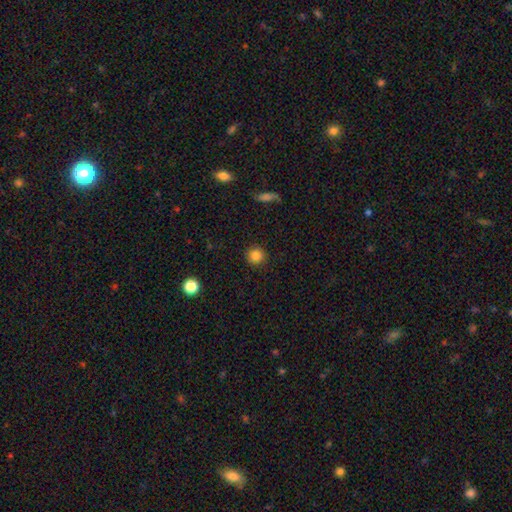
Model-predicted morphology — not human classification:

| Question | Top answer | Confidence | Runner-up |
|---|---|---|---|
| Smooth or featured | smooth | 84% | star or artifact (11%) |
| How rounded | round | 94% | in between (5%) |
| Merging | none | 91% | minor disturbance (6%) |